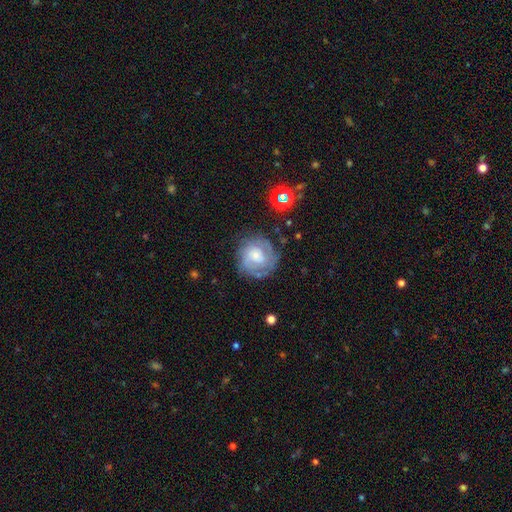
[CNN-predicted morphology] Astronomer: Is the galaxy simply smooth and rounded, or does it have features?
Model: featured or disk — 66%.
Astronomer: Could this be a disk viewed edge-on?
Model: no — 98%.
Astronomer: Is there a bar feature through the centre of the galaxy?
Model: no — 70%.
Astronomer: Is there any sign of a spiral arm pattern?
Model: yes — 83%.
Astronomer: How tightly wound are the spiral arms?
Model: tight — 60%.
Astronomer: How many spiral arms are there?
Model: can't tell — 39% (runner-up: 2, 34%).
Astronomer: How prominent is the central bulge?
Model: small — 54% (runner-up: moderate, 32%).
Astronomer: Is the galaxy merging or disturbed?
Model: none — 71%.